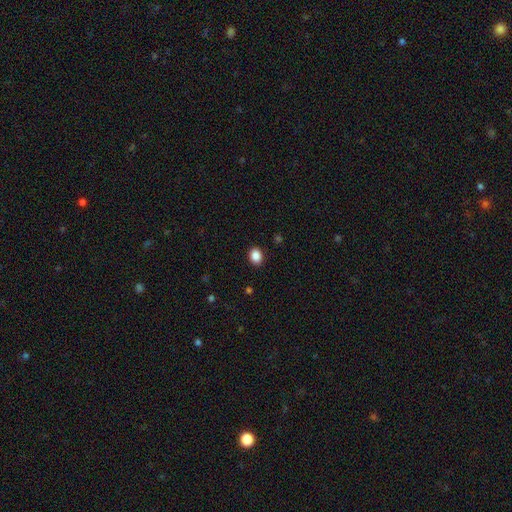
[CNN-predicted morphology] Smooth or featured: smooth — 88% (star or artifact — 9%)
How rounded: in between — 52% (round — 47%)
Merging: none — 90% (minor disturbance — 7%)